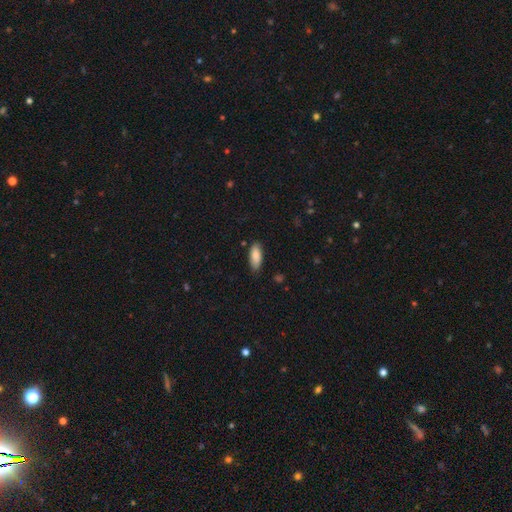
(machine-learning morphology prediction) Smooth or featured? Predicted: smooth (p=0.85). How rounded? Predicted: in between (p=0.80). Merging? Predicted: none (p=0.83).